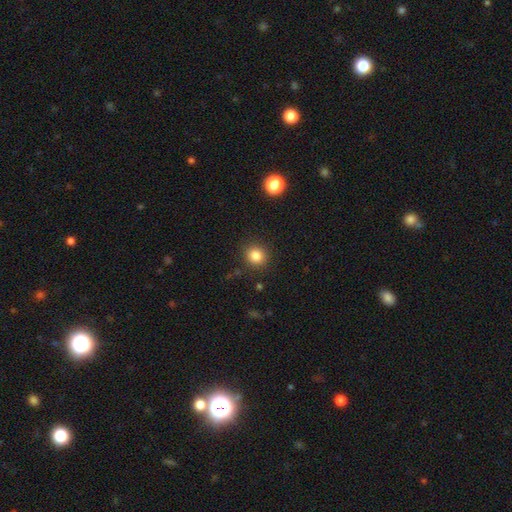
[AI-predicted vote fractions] This is clearly a smooth galaxy (83%). How rounded: clearly round (90%). Merging: clearly none (90%).